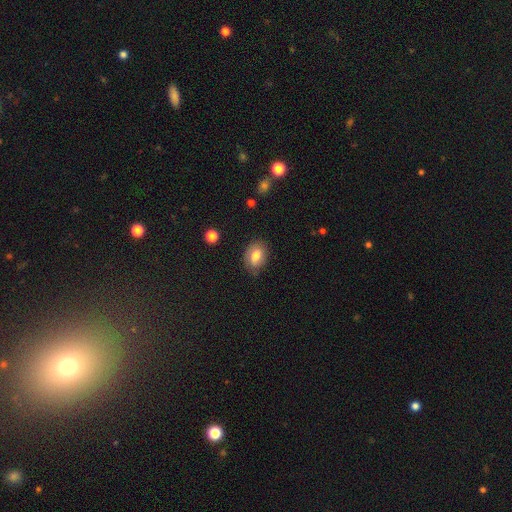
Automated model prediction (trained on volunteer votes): A smooth galaxy with no disk features (77%) that is in between round and cigar-shaped (79%). Merging: none (77%).